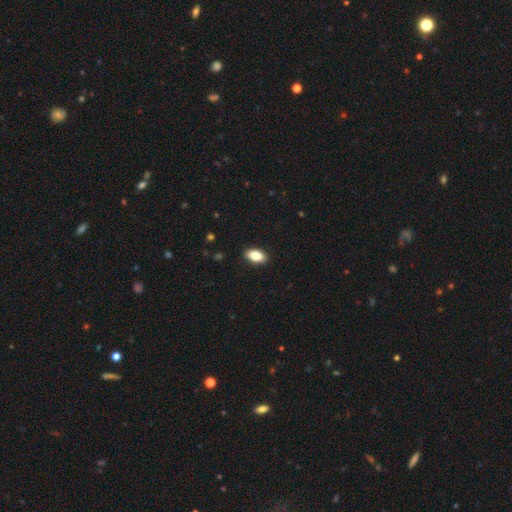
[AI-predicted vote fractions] Smooth or featured?
  - smooth: 82% *
  - featured or disk: 11%
  - star or artifact: 7%
How rounded?
  - in between: 91% *
  - round: 5%
  - cigar-shaped: 4%
Merging?
  - none: 90% *
  - minor disturbance: 7%
  - major disturbance: 2%
  - merger: 1%